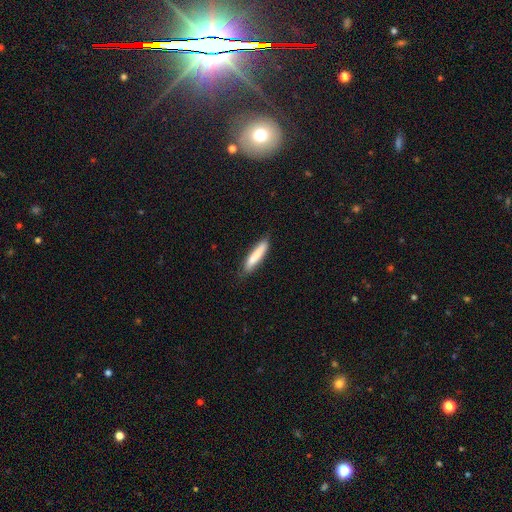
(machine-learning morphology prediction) Smooth or featured?
  - smooth: 80% *
  - featured or disk: 14%
  - star or artifact: 6%
How rounded?
  - cigar-shaped: 86% *
  - in between: 12%
  - round: 1%
Merging?
  - none: 81% *
  - minor disturbance: 15%
  - major disturbance: 2%
  - merger: 1%